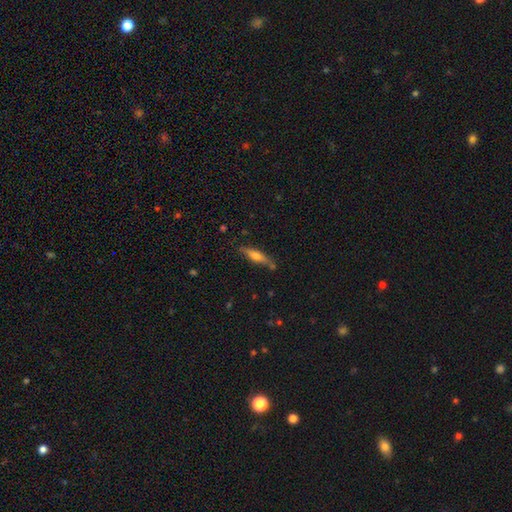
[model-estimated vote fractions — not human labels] smooth_or_featured: smooth (p=0.53) [alt: featured or disk p=0.40]
how_rounded: cigar-shaped (p=0.80) [alt: in between p=0.19]
merging: none (p=0.75) [alt: minor disturbance p=0.16]